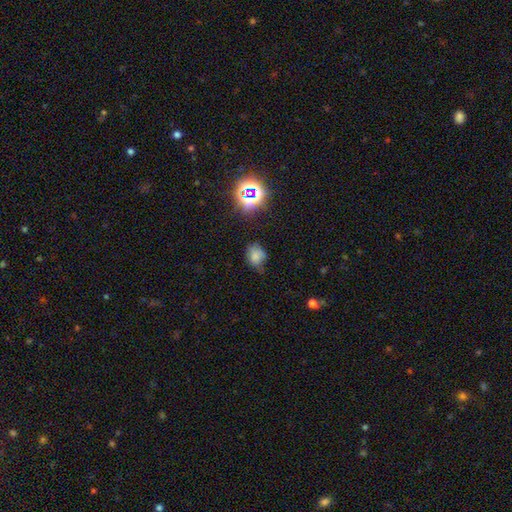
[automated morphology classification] Smooth or featured: smooth — 68% (star or artifact — 21%)
How rounded: in between — 61% (round — 38%)
Merging: none — 49% (minor disturbance — 36%)